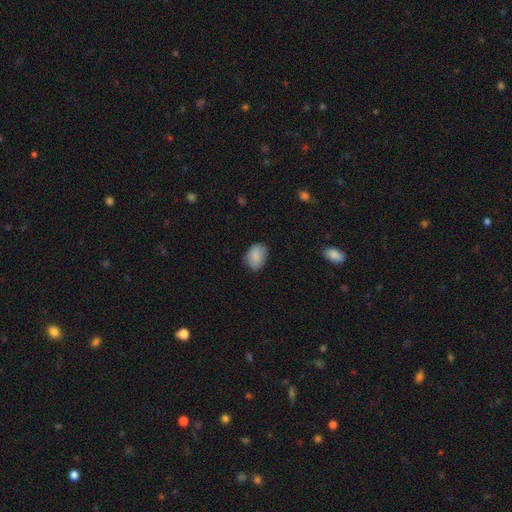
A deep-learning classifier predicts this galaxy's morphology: Q: Smooth or featured?
A: smooth (87%); runner-up: star or artifact (7%)
Q: How rounded?
A: in between (76%); runner-up: round (23%)
Q: Merging?
A: none (78%); runner-up: minor disturbance (18%)